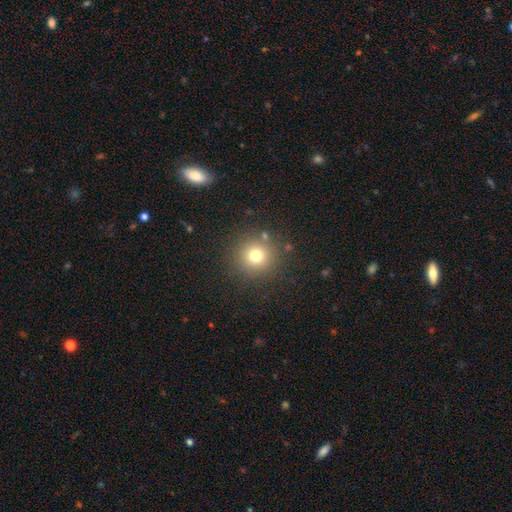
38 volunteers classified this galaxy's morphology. Smooth or featured?
  - smooth: 76% *
  - featured or disk: 18%
  - star or artifact: 5%
How rounded?
  - round: 93% *
  - in between: 3%
  - cigar-shaped: 3%
Merging?
  - none: 81% *
  - minor disturbance: 8%
  - major disturbance: 8%
  - merger: 3%